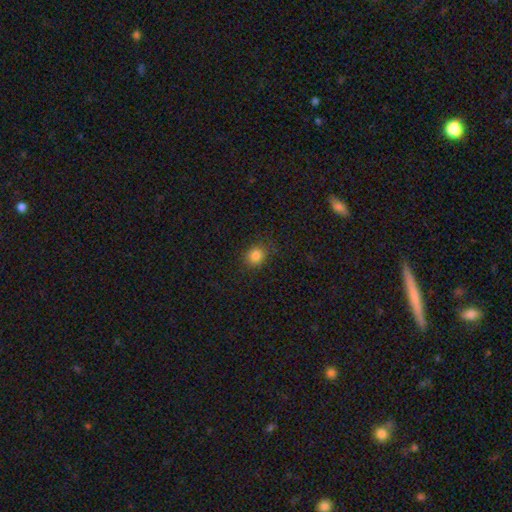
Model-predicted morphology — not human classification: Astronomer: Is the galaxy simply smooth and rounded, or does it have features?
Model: smooth — 83%.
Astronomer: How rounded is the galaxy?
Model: round — 73%.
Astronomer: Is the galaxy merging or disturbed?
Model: none — 84%.